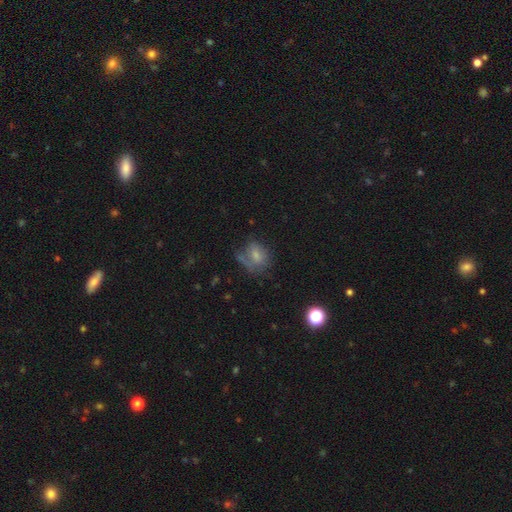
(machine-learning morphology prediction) type=smooth (61%); roundness=in between (57%); merging=none (44%).